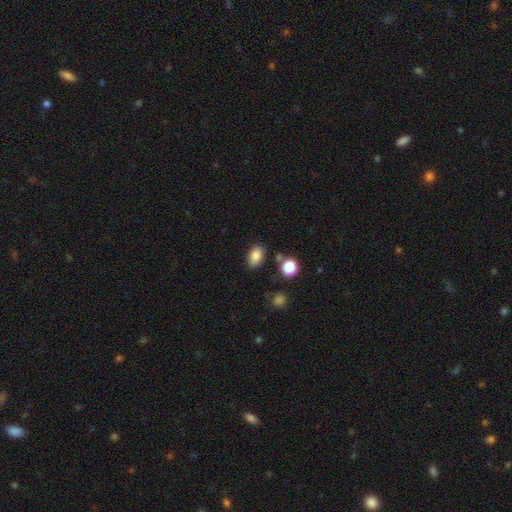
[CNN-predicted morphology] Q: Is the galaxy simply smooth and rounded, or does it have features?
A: smooth — 85%.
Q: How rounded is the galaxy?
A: in between — 83%.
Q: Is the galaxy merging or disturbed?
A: none — 75%.